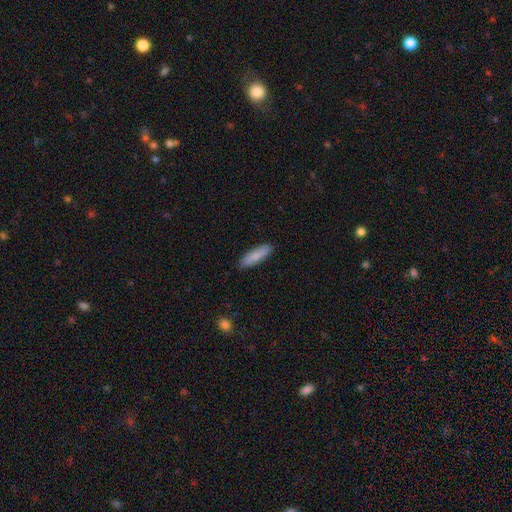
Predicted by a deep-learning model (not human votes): The model was most divided on "how rounded": cigar-shaped: 60%, in between: 39%, round: 1%. More confident: merging — none (89%); smooth or featured — smooth (86%).